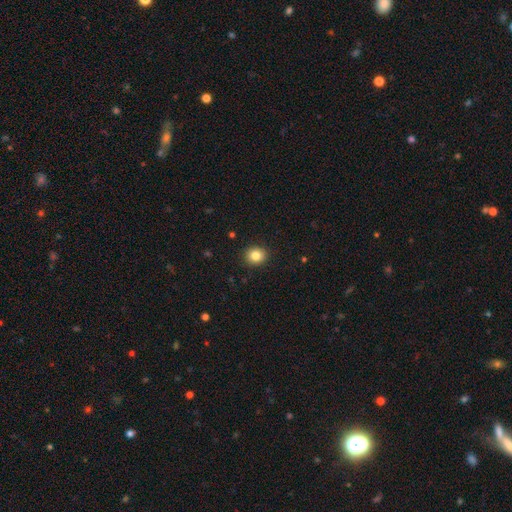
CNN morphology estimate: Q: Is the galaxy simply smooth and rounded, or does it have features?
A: smooth — 84%.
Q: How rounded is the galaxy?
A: round — 76%.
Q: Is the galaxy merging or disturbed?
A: none — 91%.